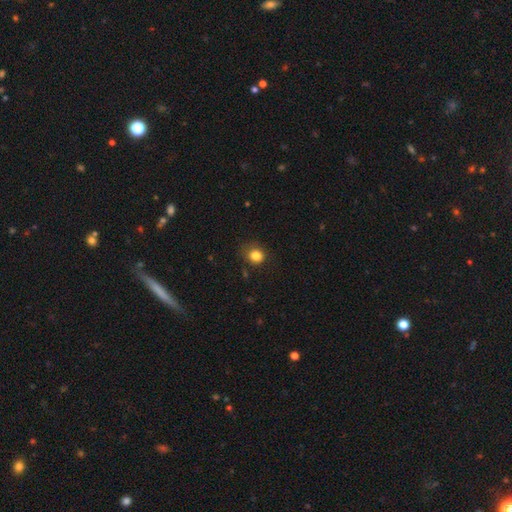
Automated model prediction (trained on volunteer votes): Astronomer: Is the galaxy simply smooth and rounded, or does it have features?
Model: smooth — 82%.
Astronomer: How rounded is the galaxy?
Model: round — 71%.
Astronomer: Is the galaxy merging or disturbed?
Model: none — 70%.